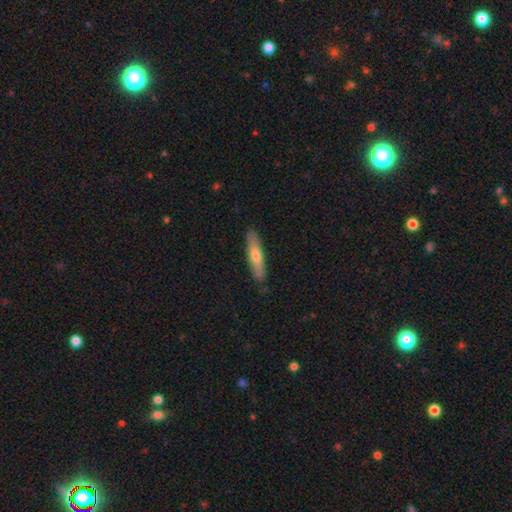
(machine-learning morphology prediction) The model was most divided on "smooth or featured": smooth: 60%, featured or disk: 34%, star or artifact: 6%. More confident: merging — none (87%); how rounded — cigar-shaped (82%).